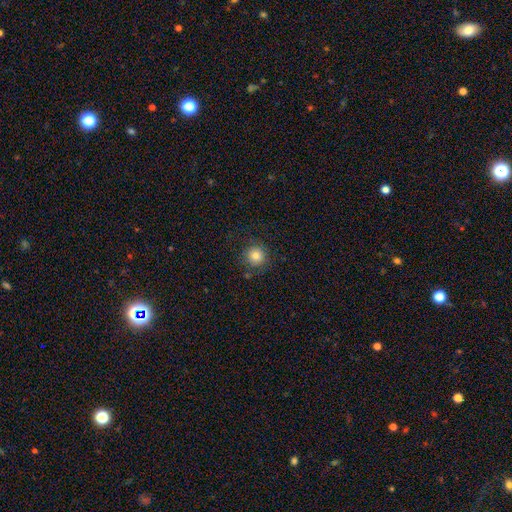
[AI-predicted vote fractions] Morphology: type=smooth (81%); roundness=round (93%); merging=none (83%).